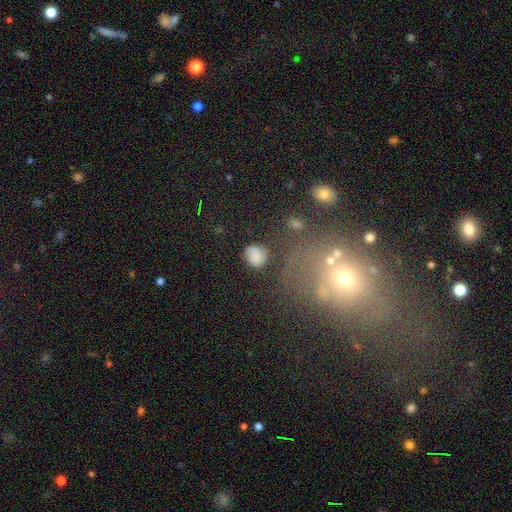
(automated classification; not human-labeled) A smooth galaxy with no disk features (69%) that is round (74%).

Vote fractions:
- Smooth or featured? smooth: 69% / featured or disk: 19% / star or artifact: 12%
- How rounded? round: 74% / in between: 25% / cigar-shaped: 1%
- Merging? none: 67% / minor disturbance: 21% / major disturbance: 8% / merger: 4%